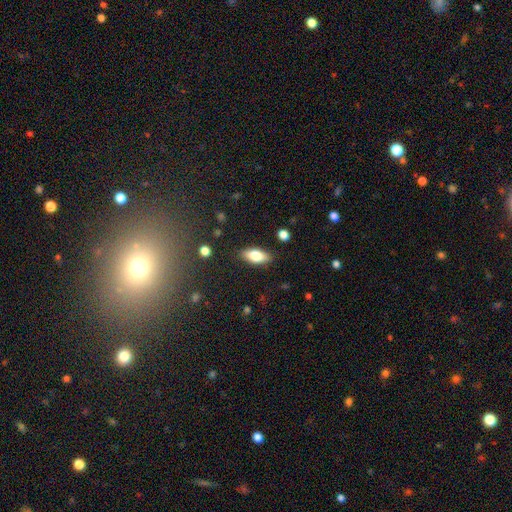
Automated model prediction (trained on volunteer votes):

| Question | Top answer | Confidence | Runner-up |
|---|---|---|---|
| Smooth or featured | smooth | 76% | featured or disk (17%) |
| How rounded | in between | 84% | cigar-shaped (13%) |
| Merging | none | 86% | minor disturbance (10%) |